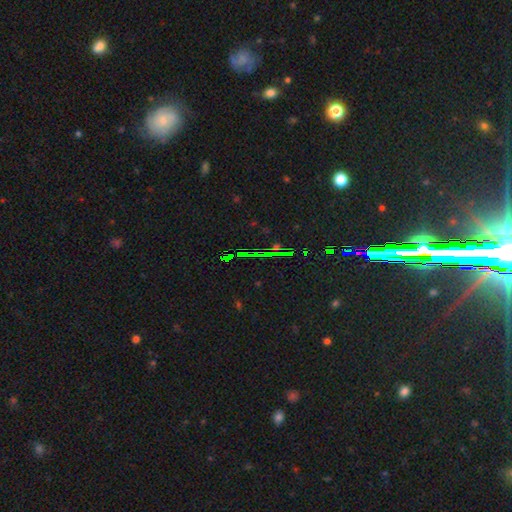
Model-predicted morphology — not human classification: Q: Smooth or featured?
A: star or artifact (76%); runner-up: featured or disk (13%)